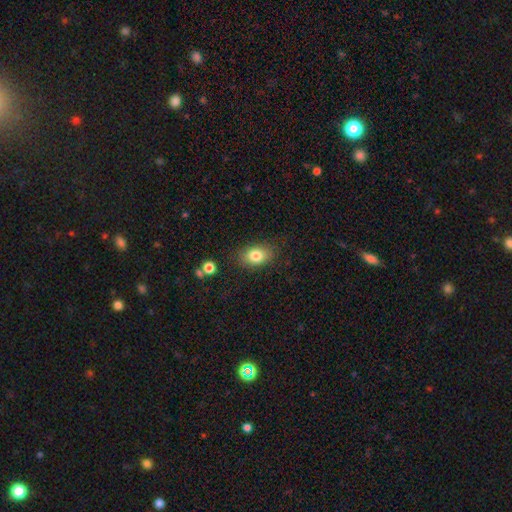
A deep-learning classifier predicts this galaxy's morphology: Q: Smooth or featured?
A: smooth (81%); runner-up: featured or disk (10%)
Q: How rounded?
A: in between (79%); runner-up: round (19%)
Q: Merging?
A: none (80%); runner-up: minor disturbance (14%)